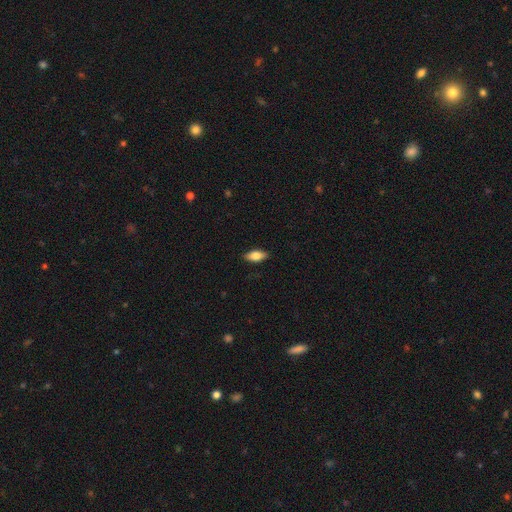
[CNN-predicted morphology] A smooth galaxy with no disk features (79%) that is in between round and cigar-shaped (83%).

Vote fractions:
- Smooth or featured? smooth: 79% / featured or disk: 14% / star or artifact: 7%
- How rounded? in between: 83% / cigar-shaped: 14% / round: 3%
- Merging? none: 88% / minor disturbance: 9% / major disturbance: 2% / merger: 1%